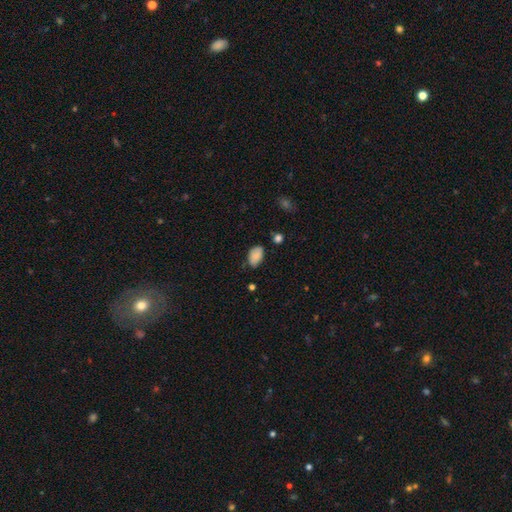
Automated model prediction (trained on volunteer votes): This is clearly a smooth galaxy (85%). How rounded: clearly in between (91%). Merging: likely none (65%).